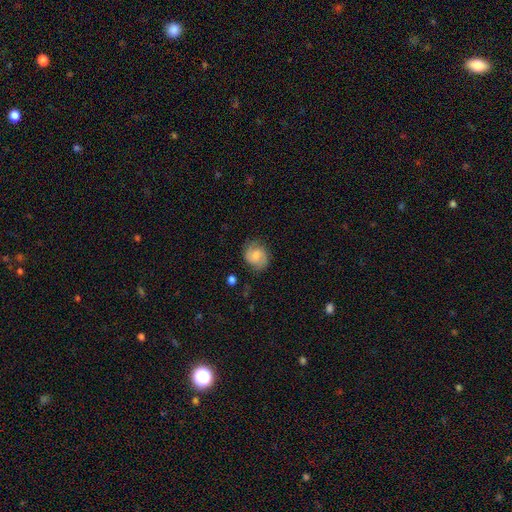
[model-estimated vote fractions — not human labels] The model was most divided on "smooth or featured": smooth: 46%, featured or disk: 45%, star or artifact: 8%. More confident: merging — none (74%).